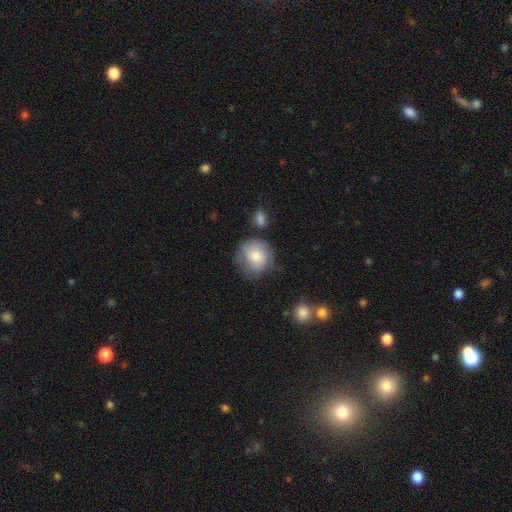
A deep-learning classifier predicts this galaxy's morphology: type=smooth (71%); roundness=round (88%); merging=none (66%).